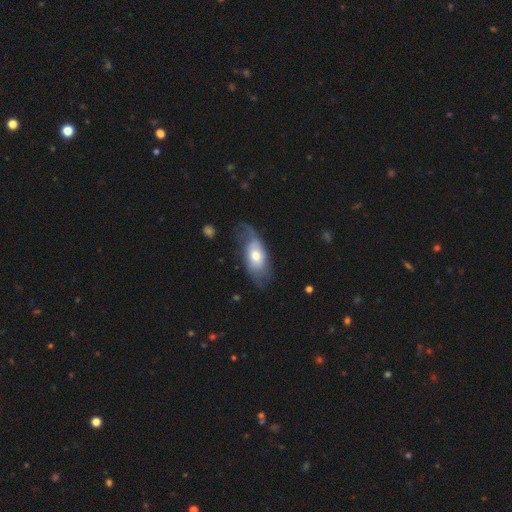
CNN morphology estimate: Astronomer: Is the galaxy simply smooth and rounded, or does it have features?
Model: featured or disk — 47% (runner-up: smooth, 46%).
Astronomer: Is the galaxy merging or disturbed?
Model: none — 43% (runner-up: minor disturbance, 29%).